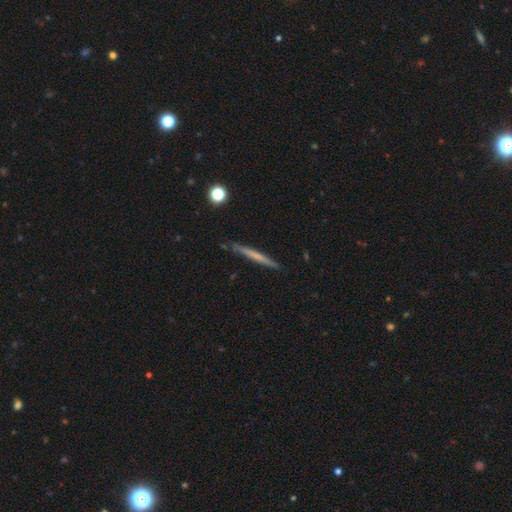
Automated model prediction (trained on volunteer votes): A smooth galaxy with no disk features (53%) that is cigar-shaped (96%).

Vote fractions:
- Smooth or featured? smooth: 53% / featured or disk: 41% / star or artifact: 6%
- How rounded? cigar-shaped: 96% / in between: 2% / round: 2%
- Merging? none: 86% / minor disturbance: 10% / merger: 2% / major disturbance: 2%